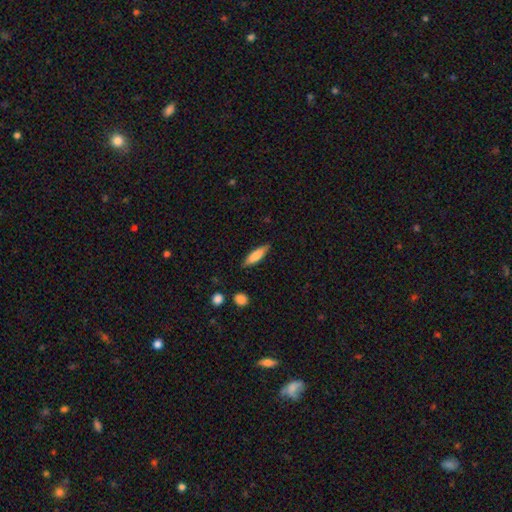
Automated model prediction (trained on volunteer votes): Smooth or featured? Predicted: smooth (p=0.78). How rounded? Predicted: cigar-shaped (p=0.65). Merging? Predicted: none (p=0.84).